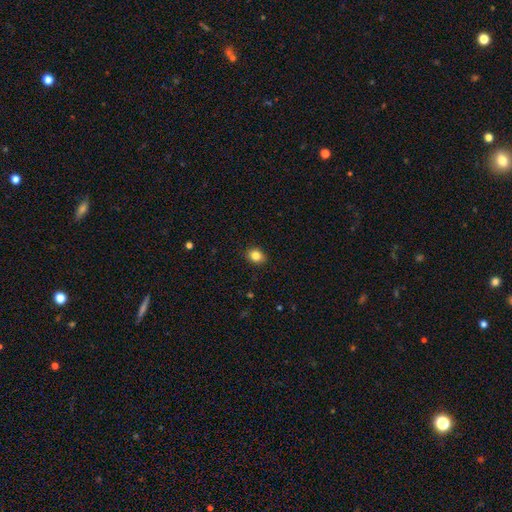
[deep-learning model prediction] A smooth galaxy with no disk features (84%) that is in between round and cigar-shaped (55%). Merging: none (90%).